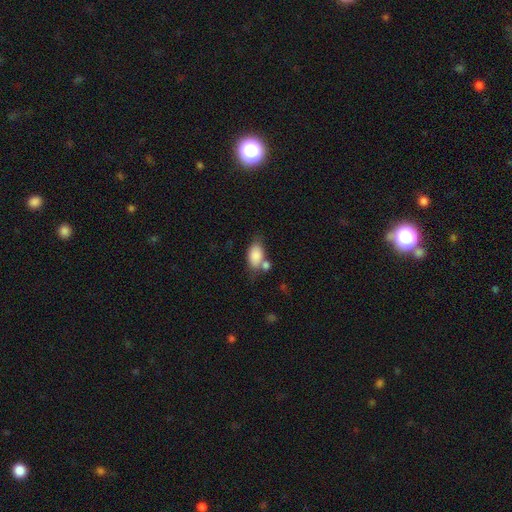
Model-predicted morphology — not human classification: Smooth or featured?
  - smooth: 84% *
  - featured or disk: 8%
  - star or artifact: 7%
How rounded?
  - in between: 90% *
  - round: 7%
  - cigar-shaped: 3%
Merging?
  - none: 48% *
  - merger: 28%
  - minor disturbance: 18%
  - major disturbance: 6%